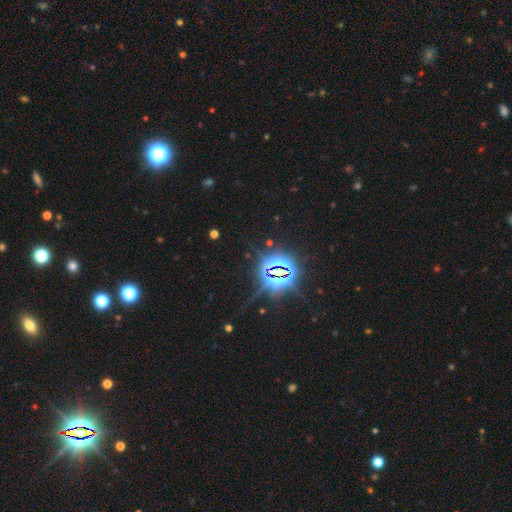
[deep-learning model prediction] This appears to be a star or artifact, not a galaxy (81%).